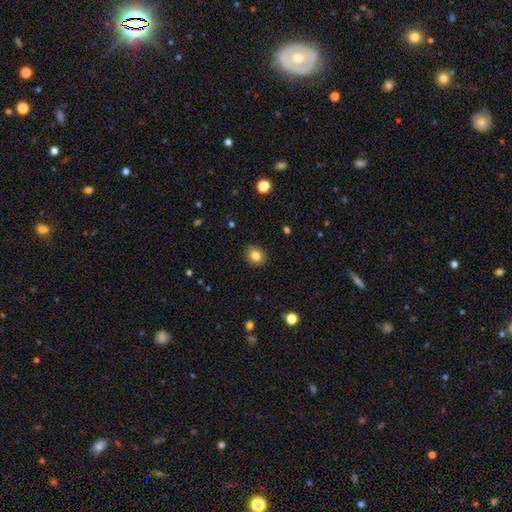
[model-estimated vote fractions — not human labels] smooth_or_featured: smooth (p=0.83) [alt: star or artifact p=0.10]
how_rounded: round (p=0.56) [alt: in between p=0.43]
merging: none (p=0.88) [alt: minor disturbance p=0.09]